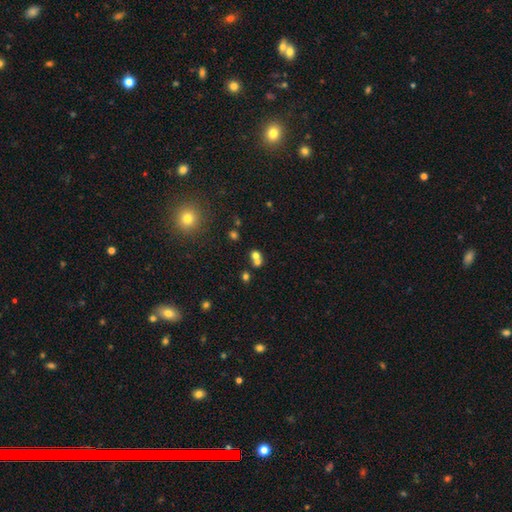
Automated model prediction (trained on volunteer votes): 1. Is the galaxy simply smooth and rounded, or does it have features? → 67% smooth, 19% star or artifact, 14% featured or disk.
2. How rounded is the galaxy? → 68% round, 31% in between, 1% cigar-shaped.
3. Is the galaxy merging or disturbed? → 54% merger, 36% none, 6% minor disturbance, 3% major disturbance.